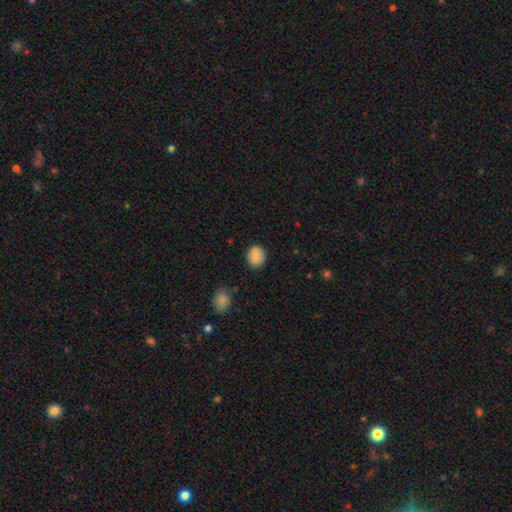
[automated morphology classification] Smooth or featured?
  - smooth: 86% *
  - star or artifact: 8%
  - featured or disk: 5%
How rounded?
  - round: 62% *
  - in between: 37%
  - cigar-shaped: 1%
Merging?
  - none: 83% *
  - minor disturbance: 12%
  - major disturbance: 3%
  - merger: 2%